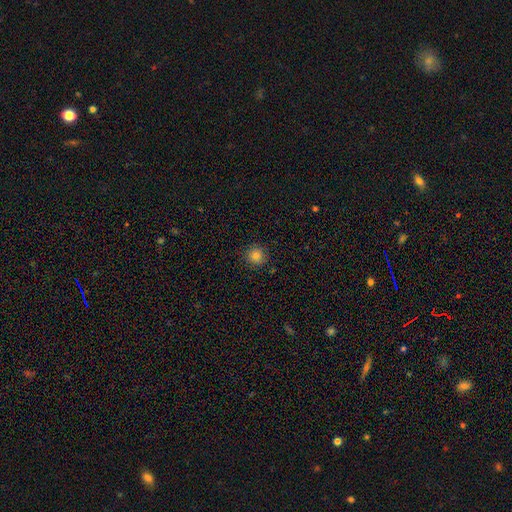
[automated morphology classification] This is clearly a smooth galaxy (83%). How rounded: clearly round (92%). Merging: clearly none (90%).